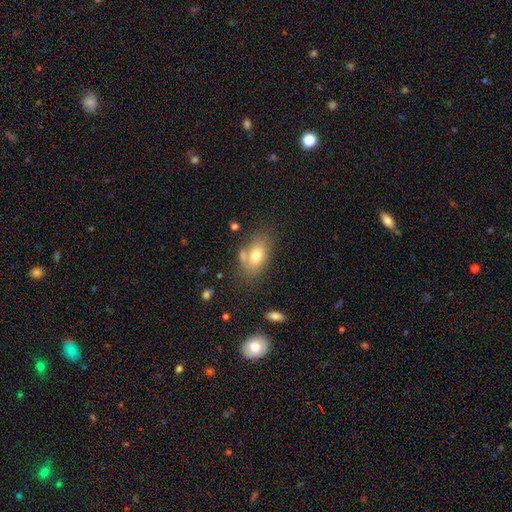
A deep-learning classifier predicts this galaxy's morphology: The model was most divided on "merging": none: 63%, minor disturbance: 16%, merger: 15%, major disturbance: 6%. More confident: how rounded — in between (87%); smooth or featured — smooth (73%).